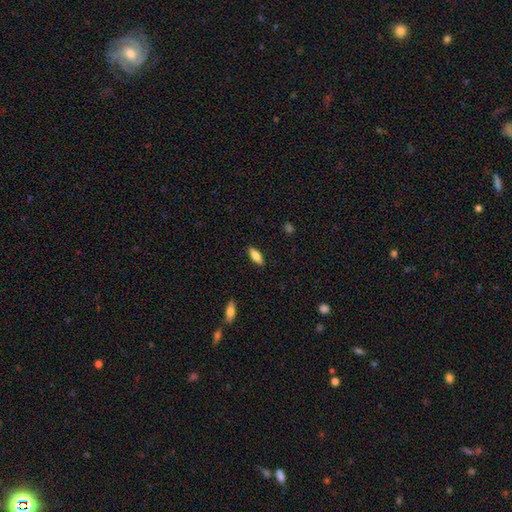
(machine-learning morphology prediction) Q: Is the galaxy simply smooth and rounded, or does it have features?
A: smooth — 76%.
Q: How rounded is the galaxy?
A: in between — 71%.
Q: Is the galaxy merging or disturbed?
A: none — 88%.